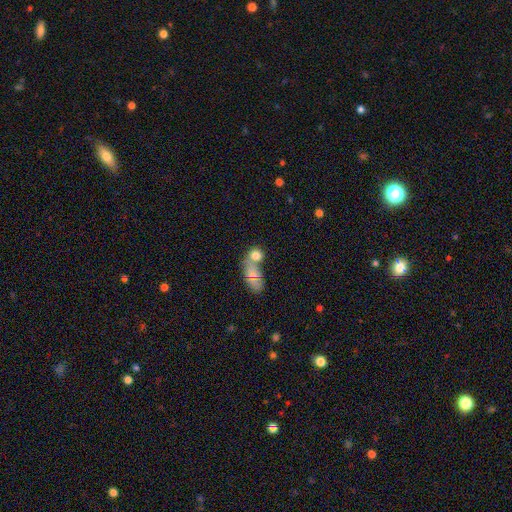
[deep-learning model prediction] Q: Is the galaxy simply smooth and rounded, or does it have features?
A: smooth — 76%.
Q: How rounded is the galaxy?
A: round — 58%.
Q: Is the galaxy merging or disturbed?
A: merger — 48%.